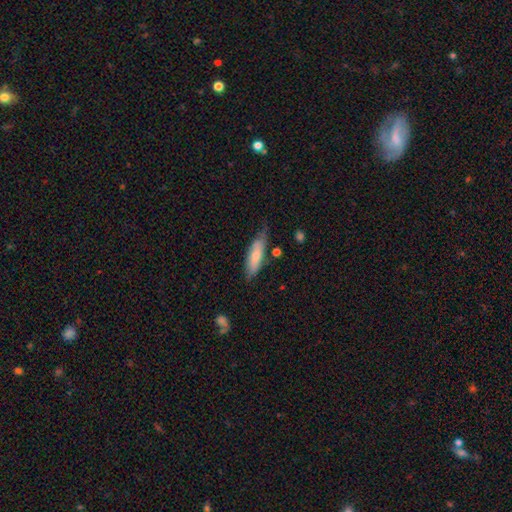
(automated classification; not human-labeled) smooth-or-featured: smooth: 69% | featured or disk: 26% | star or artifact: 6%
  how-rounded: cigar-shaped: 52% | in between: 46% | round: 2%
  merging: none: 59% | minor disturbance: 30% | major disturbance: 7% | merger: 4%